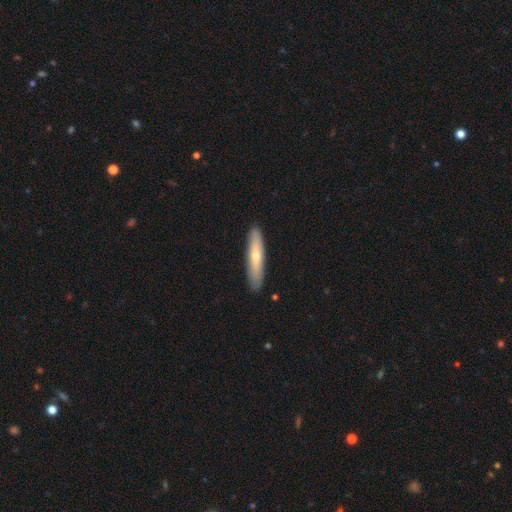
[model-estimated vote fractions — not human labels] Smooth or featured: smooth — 55% (featured or disk — 39%)
How rounded: cigar-shaped — 85% (in between — 13%)
Merging: none — 89% (minor disturbance — 8%)